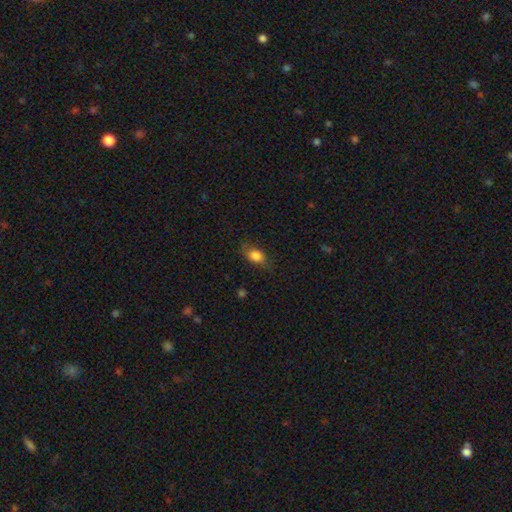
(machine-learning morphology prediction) This appears to be a smooth galaxy with no disk features (83%) that is in between round and cigar-shaped (77%). Merging: none (72%).